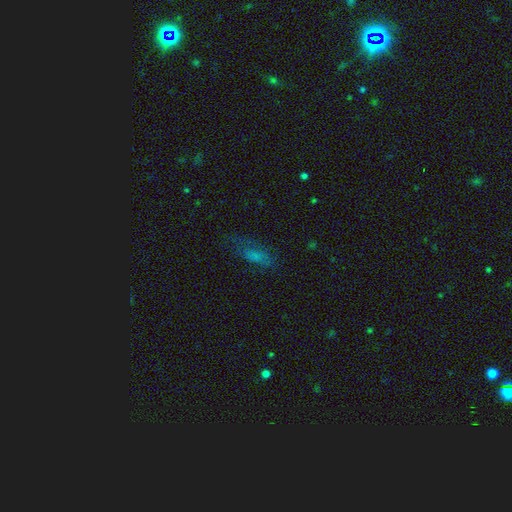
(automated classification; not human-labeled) This is likely a smooth galaxy (62%). How rounded: likely in between (67%). Merging: possibly none (55%).